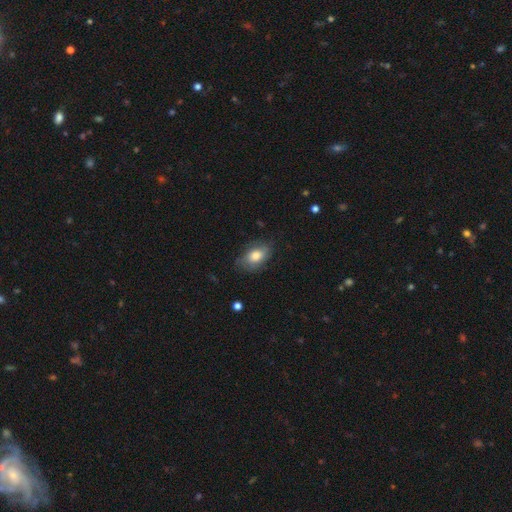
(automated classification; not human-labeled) Smooth or featured: smooth — 73% (featured or disk — 20%)
How rounded: in between — 87% (round — 11%)
Merging: none — 68% (minor disturbance — 23%)